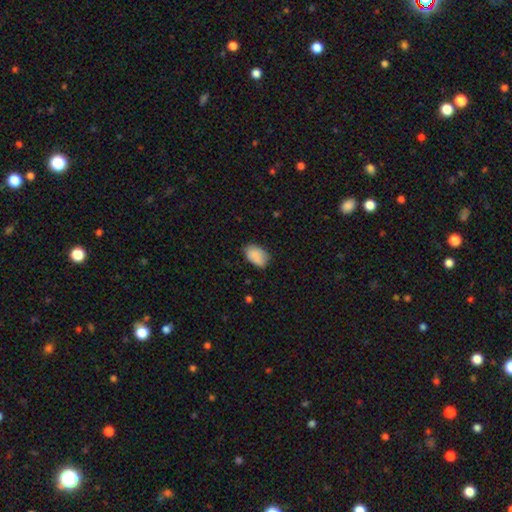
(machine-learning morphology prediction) smooth 87%, star or artifact 7%, featured or disk 5%. Down the decision tree: how rounded — in between (89%); merging — none (73%).